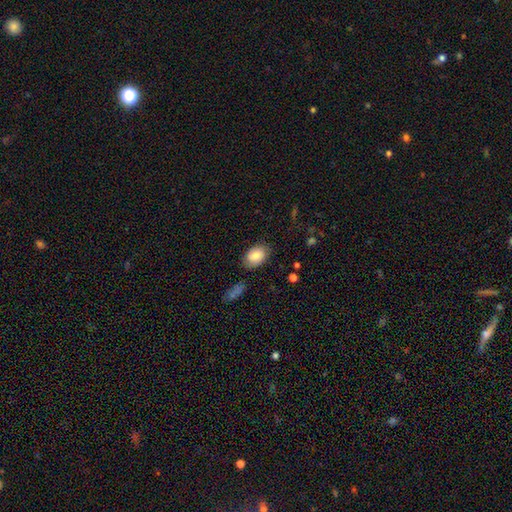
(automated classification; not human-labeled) smooth_or_featured: smooth (p=0.80) [alt: featured or disk p=0.13]
how_rounded: in between (p=0.85) [alt: round p=0.14]
merging: none (p=0.78) [alt: minor disturbance p=0.15]